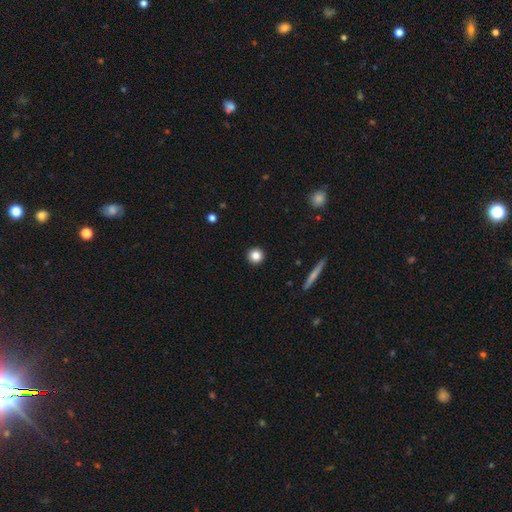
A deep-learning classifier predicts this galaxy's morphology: smooth-or-featured: smooth: 84% | star or artifact: 10% | featured or disk: 6%
  how-rounded: round: 94% | in between: 4% | cigar-shaped: 1%
  merging: none: 93% | minor disturbance: 4% | major disturbance: 2% | merger: 1%